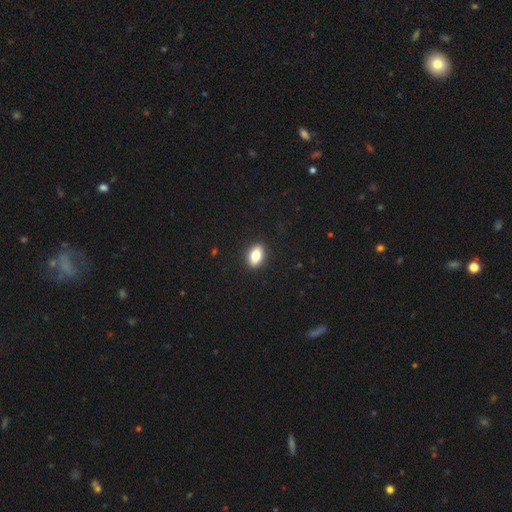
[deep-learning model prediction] smooth 81%, featured or disk 10%, star or artifact 8%. Down the decision tree: how rounded — in between (86%); merging — none (90%).